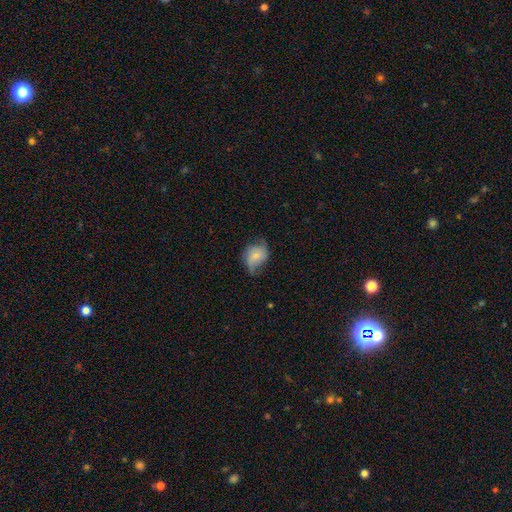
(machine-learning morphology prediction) type=smooth (49%); merging=none (46%).